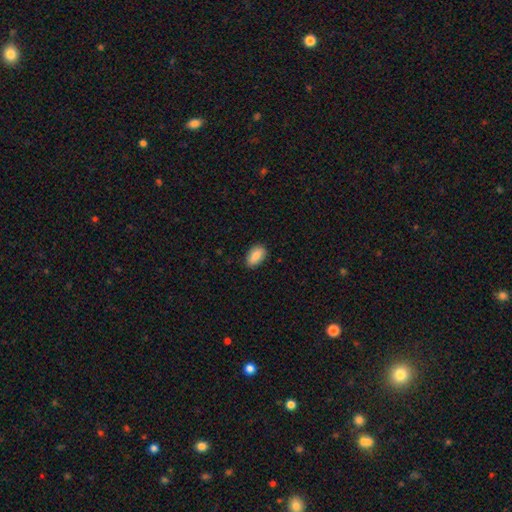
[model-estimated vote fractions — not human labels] Overall: smooth (86%). How rounded: in between (92%). Merging: none (86%).